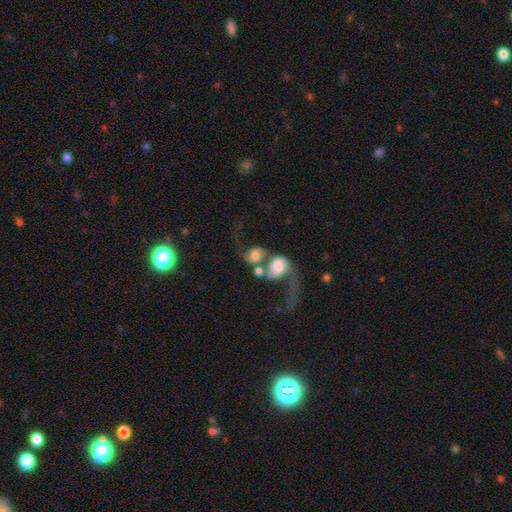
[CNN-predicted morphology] Smooth or featured?
  - featured or disk: 60% *
  - smooth: 30%
  - star or artifact: 10%
Edge-on disk?
  - no: 96% *
  - yes: 4%
Bar?
  - no: 68% *
  - weak: 24%
  - strong: 8%
Spiral arms?
  - yes: 82% *
  - no: 18%
Bulge size?
  - moderate: 35% *
  - large: 31%
  - small: 14%
  - dominant: 12%
  - none: 8%
Merging?
  - merger: 72% *
  - major disturbance: 13%
  - none: 10%
  - minor disturbance: 4%